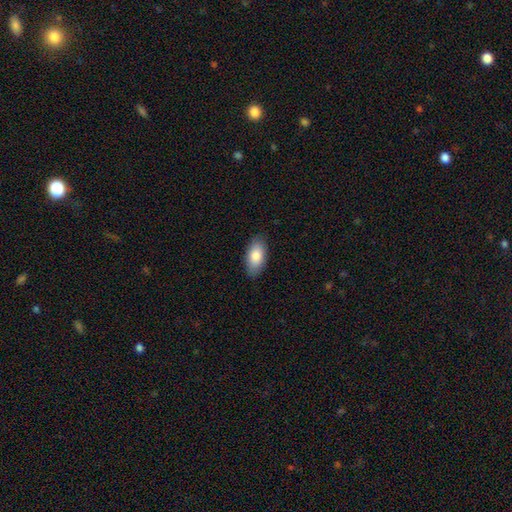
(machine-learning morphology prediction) Smooth or featured: smooth — 84% (featured or disk — 10%)
How rounded: in between — 93% (cigar-shaped — 4%)
Merging: none — 87% (minor disturbance — 10%)